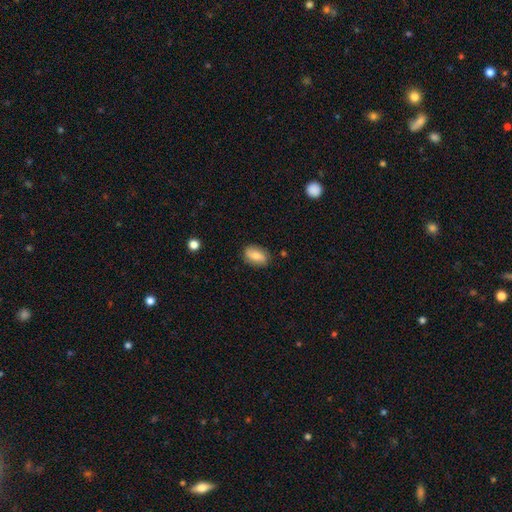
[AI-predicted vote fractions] Overall: smooth (71%). How rounded: in between (87%). Merging: none (84%).